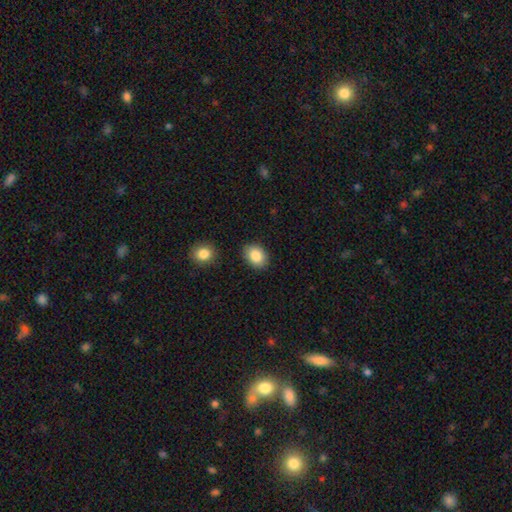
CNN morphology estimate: smooth 86%, star or artifact 8%, featured or disk 6%. Down the decision tree: how rounded — in between (71%); merging — none (87%).